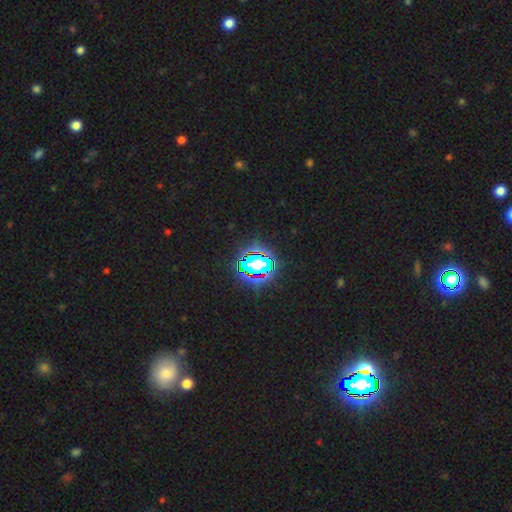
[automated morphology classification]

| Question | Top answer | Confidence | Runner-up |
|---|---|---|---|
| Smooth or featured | star or artifact | 81% | smooth (11%) |